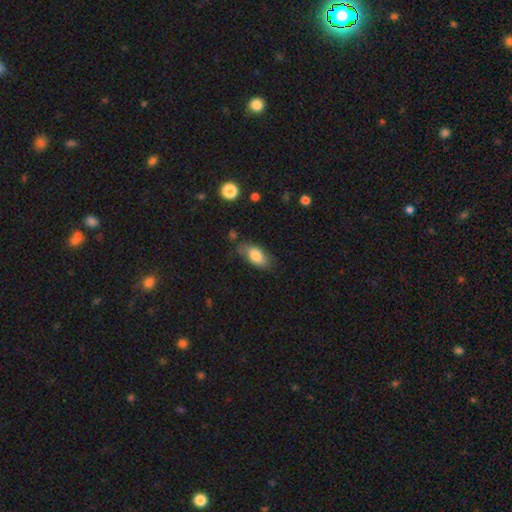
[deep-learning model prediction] Overall: smooth (80%). How rounded: in between (89%). Merging: none (67%).